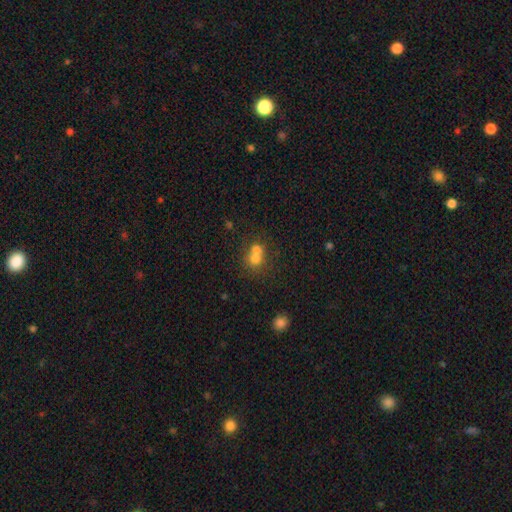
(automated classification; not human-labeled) smooth 70%, featured or disk 17%, star or artifact 13%. Down the decision tree: how rounded — round (78%); merging — merger (61%).